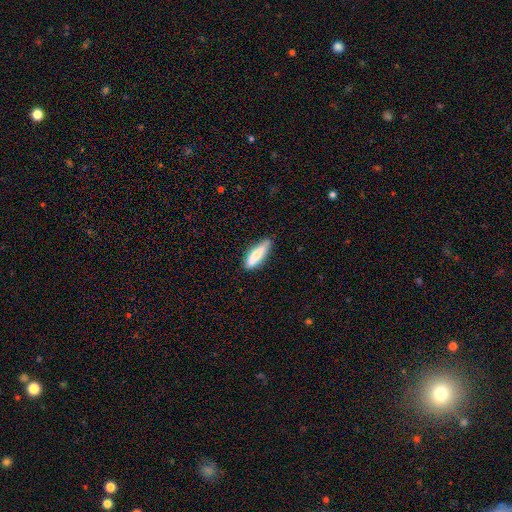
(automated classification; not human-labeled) A smooth galaxy with no disk features (74%) that is cigar-shaped (63%). Merging: none (76%).